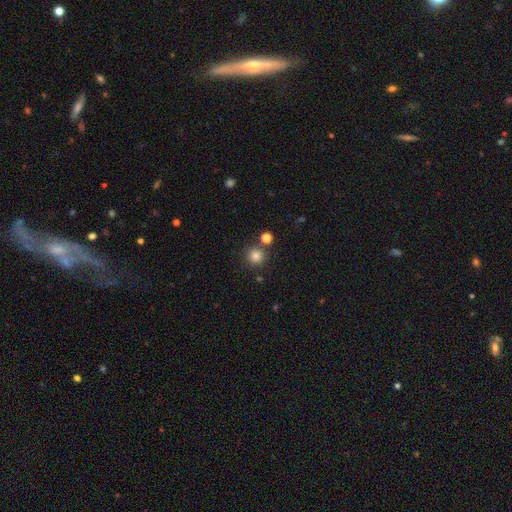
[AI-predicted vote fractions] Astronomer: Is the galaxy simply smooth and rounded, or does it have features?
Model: smooth — 82%.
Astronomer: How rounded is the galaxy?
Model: round — 94%.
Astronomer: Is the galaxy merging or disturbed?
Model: none — 81%.